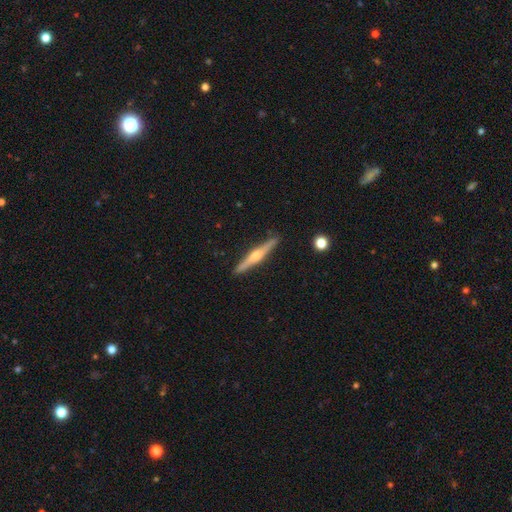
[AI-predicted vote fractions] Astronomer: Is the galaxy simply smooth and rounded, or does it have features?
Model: featured or disk — 74%.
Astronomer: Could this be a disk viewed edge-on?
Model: yes — 98%.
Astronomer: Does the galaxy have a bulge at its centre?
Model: rounded — 89%.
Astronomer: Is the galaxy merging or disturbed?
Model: none — 91%.